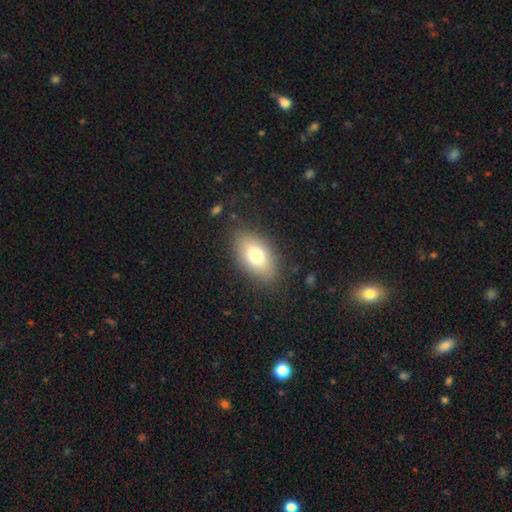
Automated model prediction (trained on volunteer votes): The model was most divided on "smooth or featured": smooth: 74%, featured or disk: 17%, star or artifact: 9%. More confident: how rounded — in between (88%); merging — none (83%).